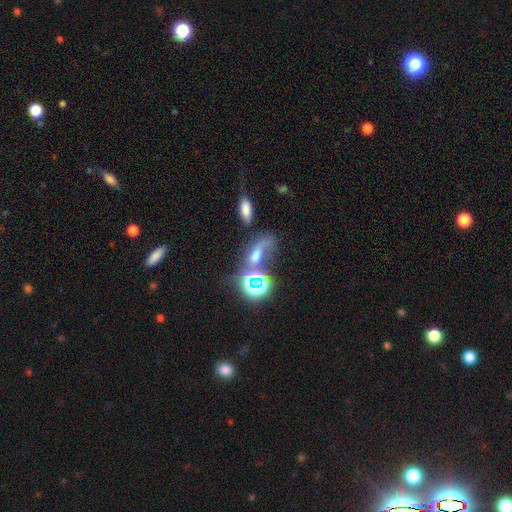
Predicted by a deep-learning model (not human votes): Morphology: type=smooth (40%); merging=merger (30%, tied with none).